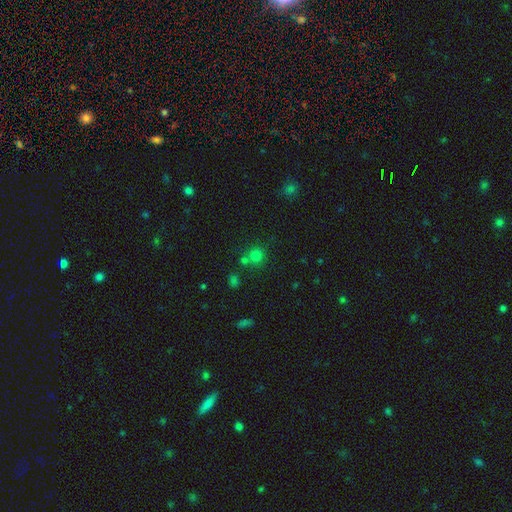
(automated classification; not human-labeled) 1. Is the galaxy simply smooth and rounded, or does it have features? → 72% smooth, 20% star or artifact, 8% featured or disk.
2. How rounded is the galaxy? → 90% round, 9% in between, 1% cigar-shaped.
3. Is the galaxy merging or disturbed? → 63% none, 24% merger, 9% minor disturbance, 3% major disturbance.